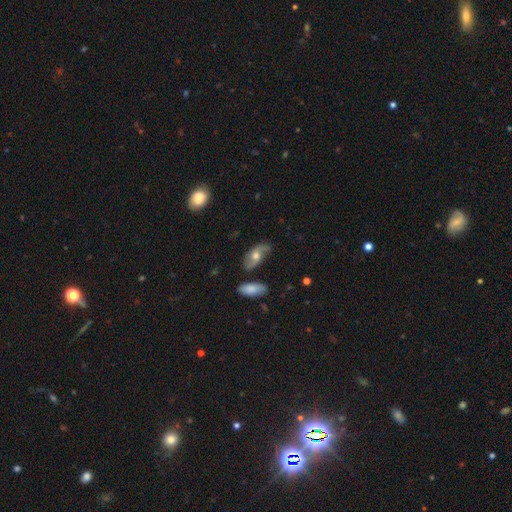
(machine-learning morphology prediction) Smooth or featured? featured or disk (56%)
Edge-on disk? no (90%)
Bar? no (67%)
Spiral arms? yes (80%)
Bulge size? moderate (71%)
Merging? none (65%)